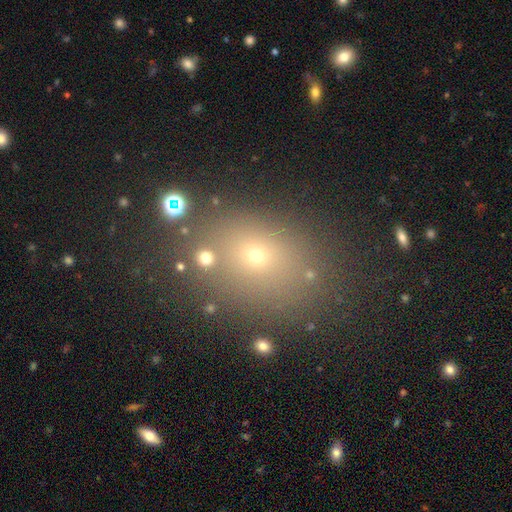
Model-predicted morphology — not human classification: Overall: smooth (59%; star or artifact 29%). How rounded: in between (56%; round 42%). Merging: none (80%).